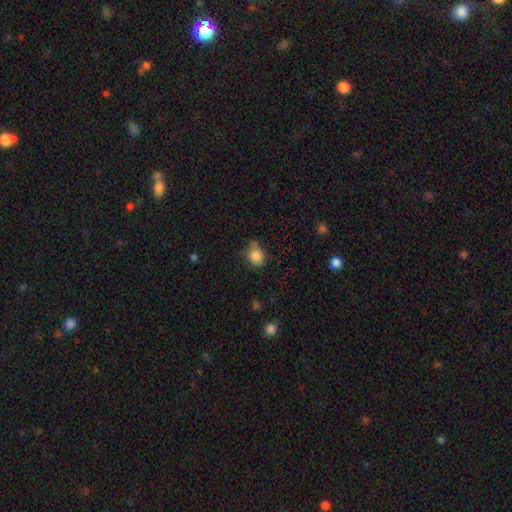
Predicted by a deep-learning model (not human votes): A smooth galaxy with no disk features (81%) that is round (59%).

Vote fractions:
- Smooth or featured? smooth: 81% / star or artifact: 10% / featured or disk: 8%
- How rounded? round: 59% / in between: 40% / cigar-shaped: 1%
- Merging? none: 56% / minor disturbance: 29% / merger: 8% / major disturbance: 7%